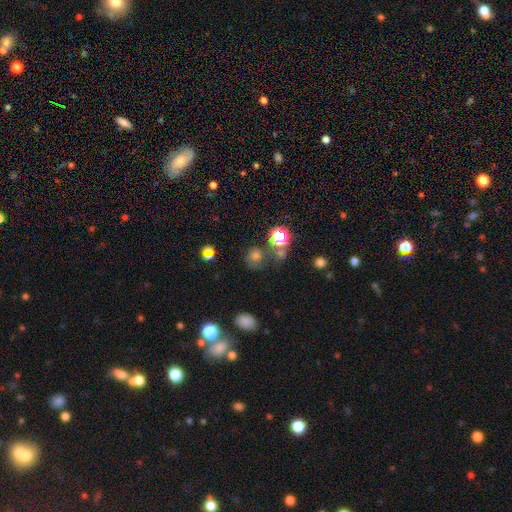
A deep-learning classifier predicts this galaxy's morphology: Smooth or featured: smooth — 63% (star or artifact — 24%)
How rounded: round — 81% (in between — 18%)
Merging: none — 56% (minor disturbance — 18%)